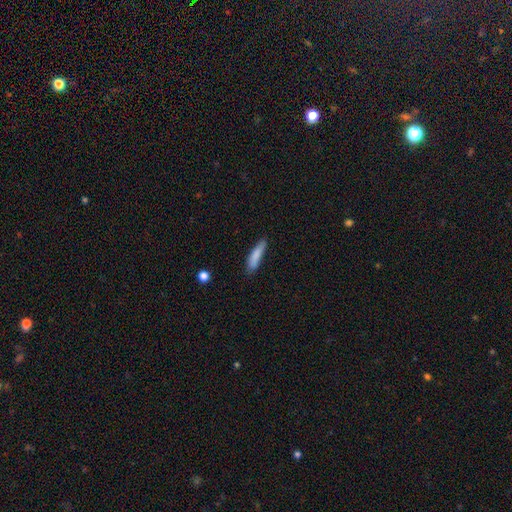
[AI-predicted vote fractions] This is clearly a smooth galaxy (83%). How rounded: likely cigar-shaped (78%). Merging: likely none (75%).